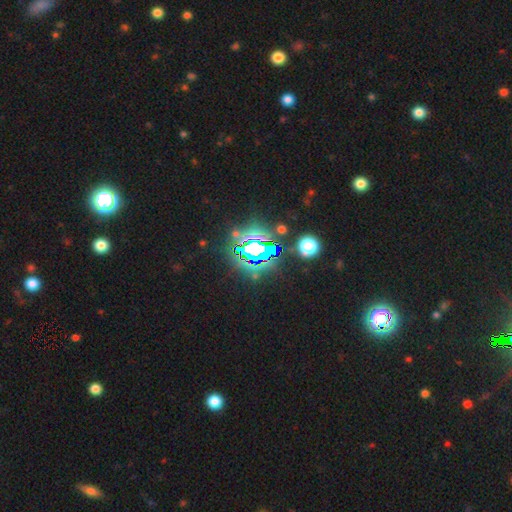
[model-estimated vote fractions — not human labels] Smooth or featured? Predicted: star or artifact (p=0.81).